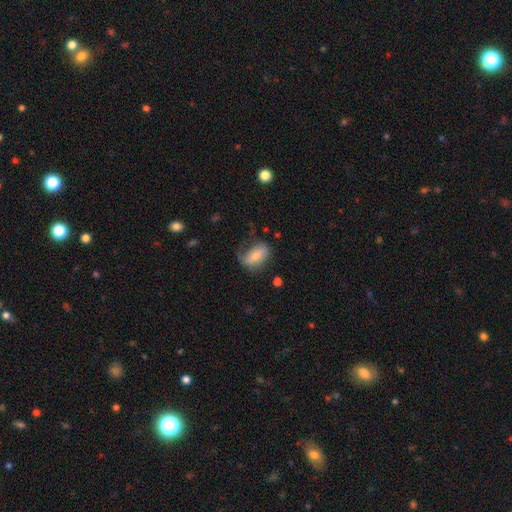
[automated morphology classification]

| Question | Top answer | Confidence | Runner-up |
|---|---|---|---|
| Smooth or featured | smooth | 57% | featured or disk (36%) |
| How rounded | in between | 86% | round (11%) |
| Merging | none | 47% | minor disturbance (29%) |